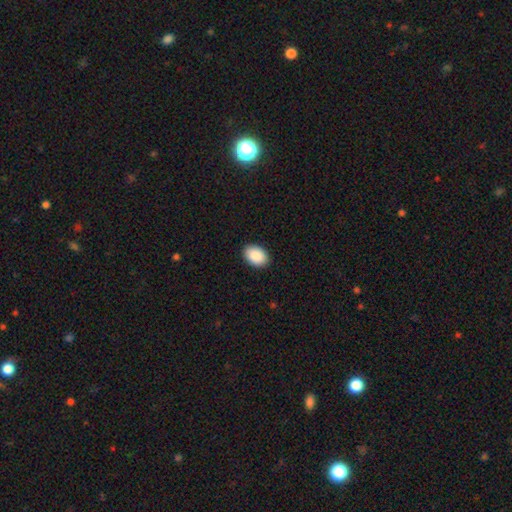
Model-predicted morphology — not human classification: This appears to be a smooth galaxy with no disk features (91%) that is in between round and cigar-shaped (84%). Merging: none (91%).